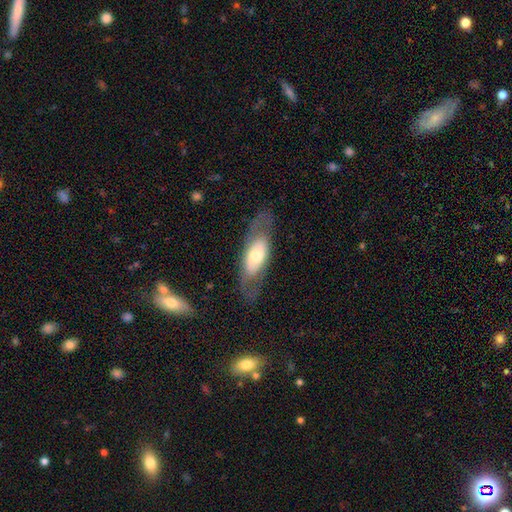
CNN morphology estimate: Q: Smooth or featured?
A: featured or disk (52%); runner-up: smooth (42%)
Q: Edge-on disk?
A: no (78%); runner-up: yes (22%)
Q: Merging?
A: none (73%); runner-up: minor disturbance (16%)